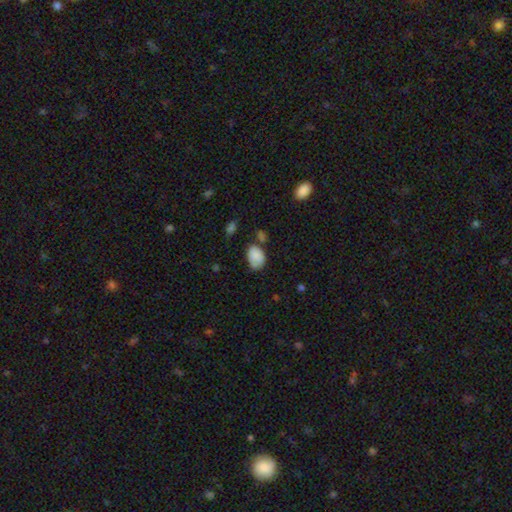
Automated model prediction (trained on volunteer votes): A smooth galaxy with no disk features (84%) that is in between round and cigar-shaped (84%). Merging: none (51%).